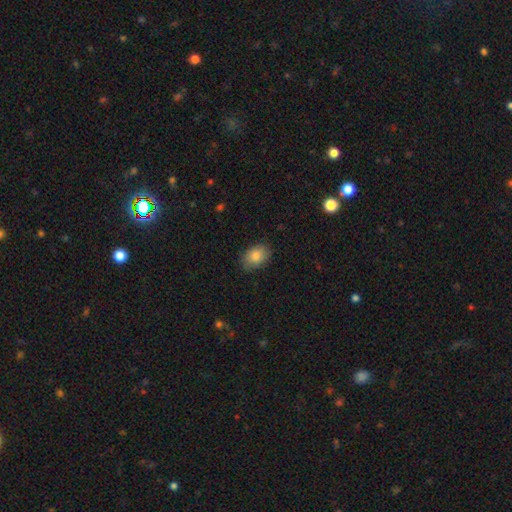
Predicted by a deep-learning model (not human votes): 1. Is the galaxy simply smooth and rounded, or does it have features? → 83% smooth, 9% featured or disk, 8% star or artifact.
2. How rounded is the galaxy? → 79% in between, 20% round, 1% cigar-shaped.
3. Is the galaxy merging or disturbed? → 79% none, 17% minor disturbance, 3% major disturbance, 1% merger.